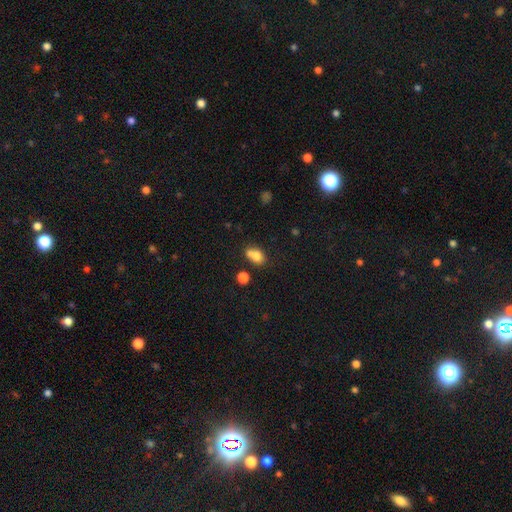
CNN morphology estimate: This appears to be a smooth galaxy with no disk features (75%) that is in between round and cigar-shaped (52%). Merging: merger (48%).